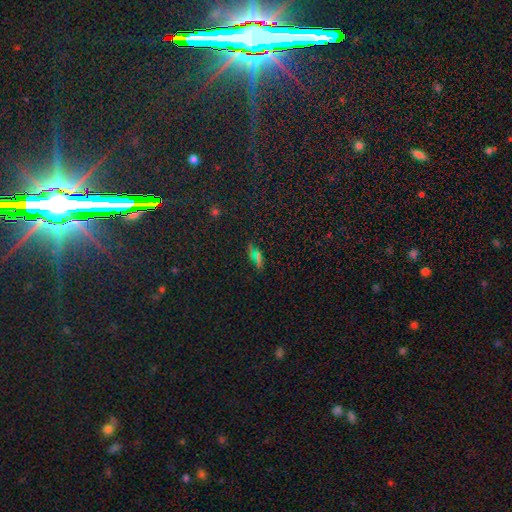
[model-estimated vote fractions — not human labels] This appears to be a star or artifact, not a galaxy (46%).